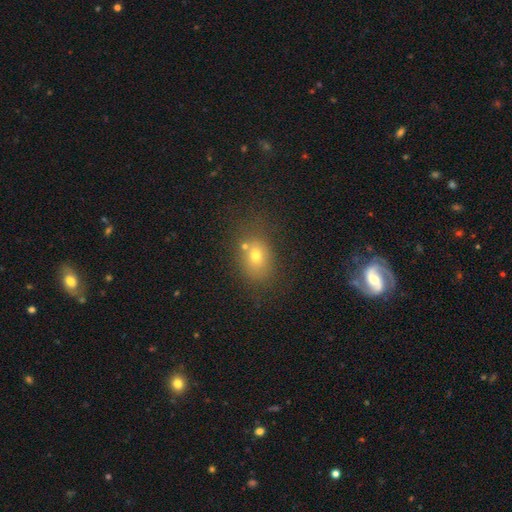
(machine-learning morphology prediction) This appears to be a smooth galaxy with no disk features (67%) that is in between round and cigar-shaped (57%). Merging: none (63%).